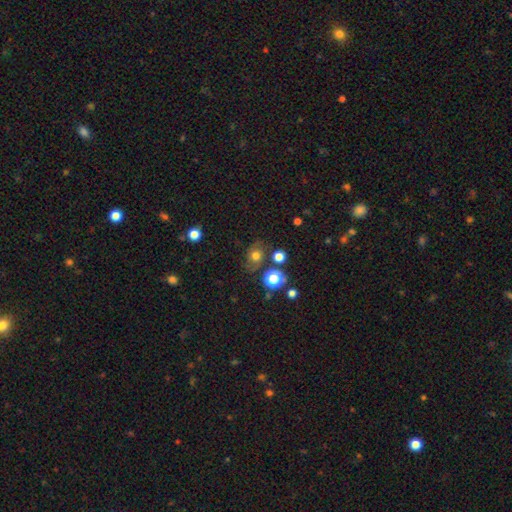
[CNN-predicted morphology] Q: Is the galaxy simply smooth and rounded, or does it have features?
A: smooth — 53%.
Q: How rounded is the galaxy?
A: round — 63%.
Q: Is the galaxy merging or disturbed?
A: none — 71%.